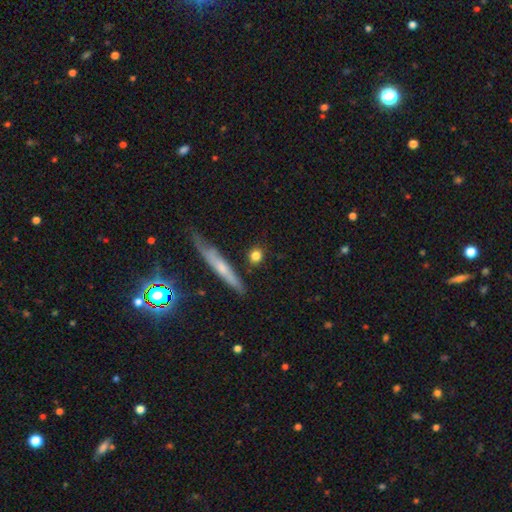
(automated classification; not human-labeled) A smooth galaxy with no disk features (80%) that is round (74%). Merging: none (83%).